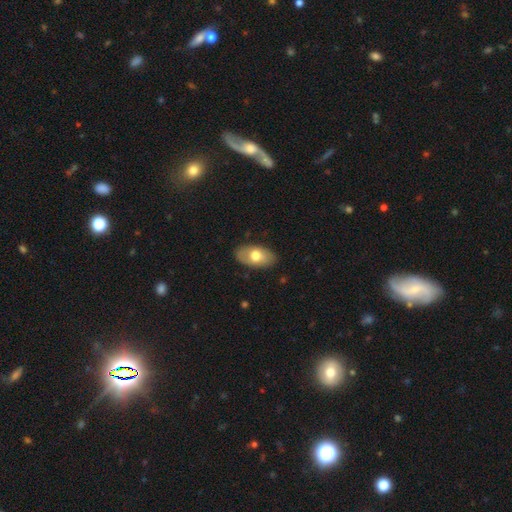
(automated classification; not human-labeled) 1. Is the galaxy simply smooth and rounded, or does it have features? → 67% smooth, 27% featured or disk, 6% star or artifact.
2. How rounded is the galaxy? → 93% in between, 5% round, 2% cigar-shaped.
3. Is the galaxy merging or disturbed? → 86% none, 11% minor disturbance, 2% major disturbance, 1% merger.